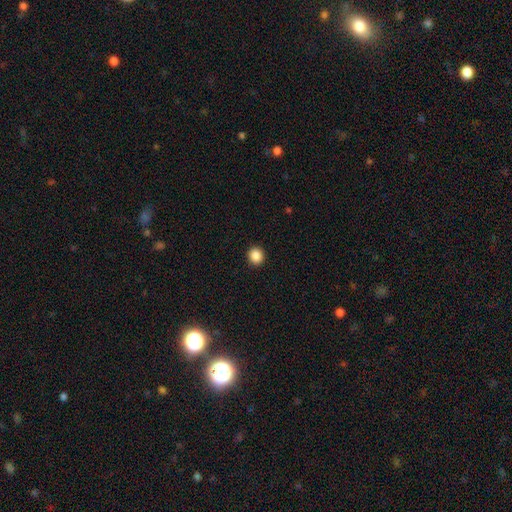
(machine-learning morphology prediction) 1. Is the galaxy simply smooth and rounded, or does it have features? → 87% smooth, 10% star or artifact, 3% featured or disk.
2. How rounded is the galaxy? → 88% round, 11% in between, 1% cigar-shaped.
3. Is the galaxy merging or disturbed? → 93% none, 5% minor disturbance, 2% major disturbance, 1% merger.